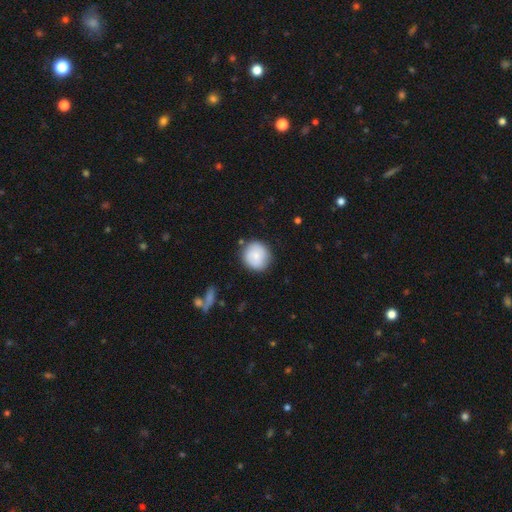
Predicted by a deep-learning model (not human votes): The model was most divided on "smooth or featured": smooth: 78%, featured or disk: 15%, star or artifact: 7%. More confident: how rounded — round (90%); merging — none (81%).